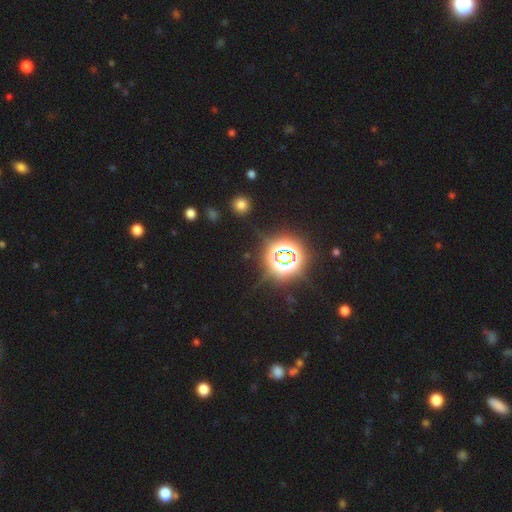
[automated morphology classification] star or artifact 82%, smooth 12%, featured or disk 6%.